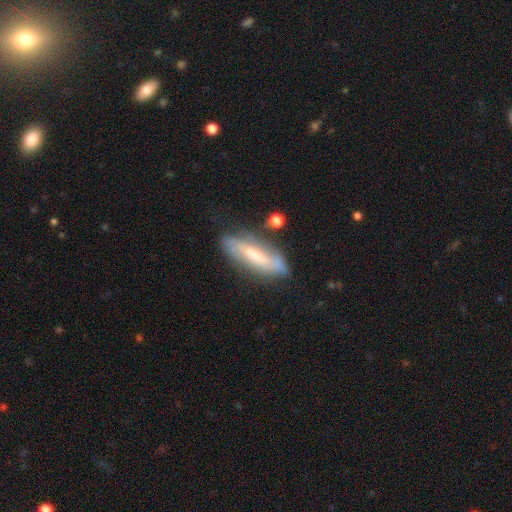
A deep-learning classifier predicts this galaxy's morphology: Overall: featured or disk (53%; smooth 40%). Edge-on disk: no (62%; yes 38%). Merging: none (66%).